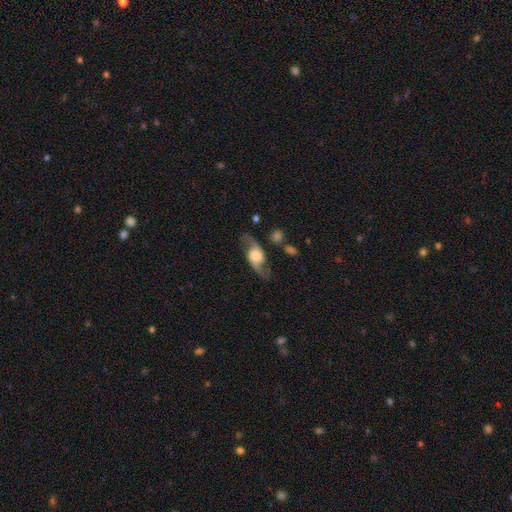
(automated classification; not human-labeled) Smooth or featured? Predicted: featured or disk (p=0.79). Edge-on disk? Predicted: no (p=0.83). Bar? Predicted: no (p=0.68). Spiral arms? Predicted: yes (p=0.90). Spiral winding? Predicted: loose (p=0.66). Spiral arm count? Predicted: 2 (p=0.93). Bulge size? Predicted: large (p=0.55). Merging? Predicted: none (p=0.75).